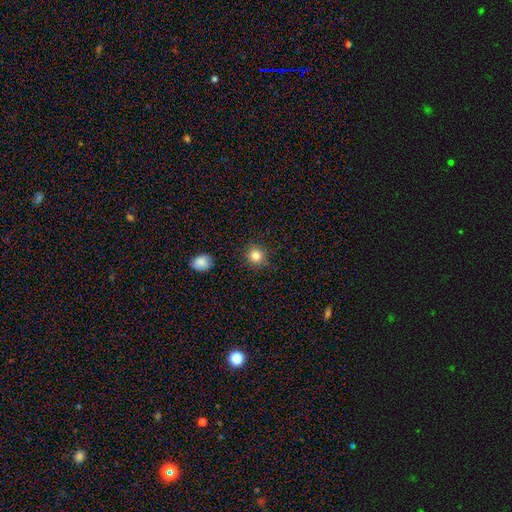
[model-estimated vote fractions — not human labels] A smooth galaxy with no disk features (83%) that is round (91%).

Vote fractions:
- Smooth or featured? smooth: 83% / star or artifact: 11% / featured or disk: 6%
- How rounded? round: 91% / in between: 8% / cigar-shaped: 1%
- Merging? none: 88% / minor disturbance: 8% / major disturbance: 2% / merger: 2%